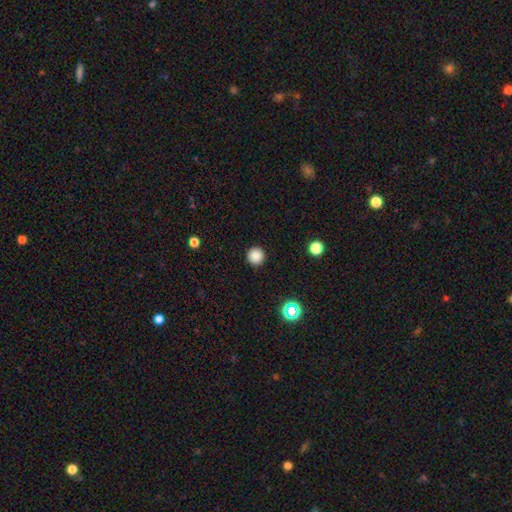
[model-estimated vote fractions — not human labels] Smooth or featured?
  - smooth: 85% *
  - star or artifact: 12%
  - featured or disk: 3%
How rounded?
  - round: 96% *
  - in between: 3%
  - cigar-shaped: 1%
Merging?
  - none: 93% *
  - minor disturbance: 4%
  - major disturbance: 2%
  - merger: 1%